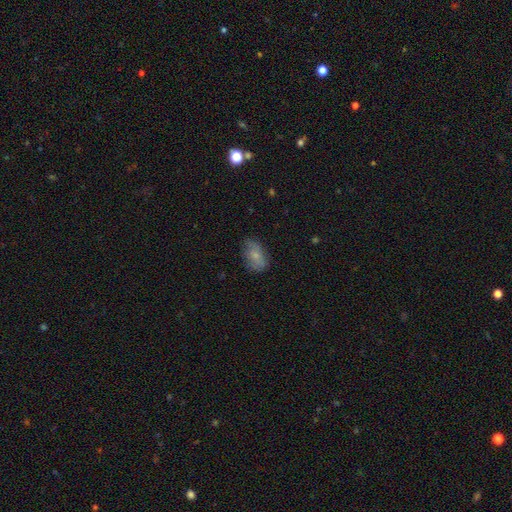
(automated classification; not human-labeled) A smooth galaxy with no disk features (76%) that is in between round and cigar-shaped (90%). Merging: none (73%).